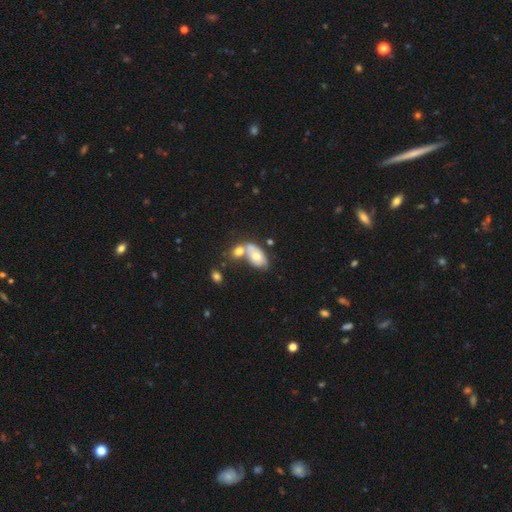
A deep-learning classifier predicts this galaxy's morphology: This appears to be a smooth galaxy with no disk features (58%) that is in between round and cigar-shaped (91%). Merging: merger (53%).